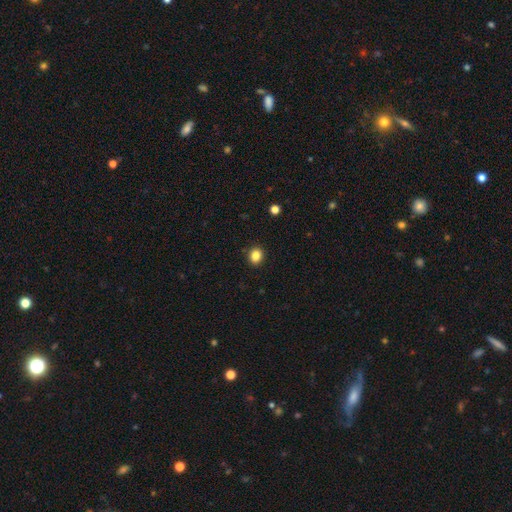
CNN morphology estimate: Smooth or featured? Predicted: smooth (p=0.85). How rounded? Predicted: round (p=0.68). Merging? Predicted: none (p=0.90).